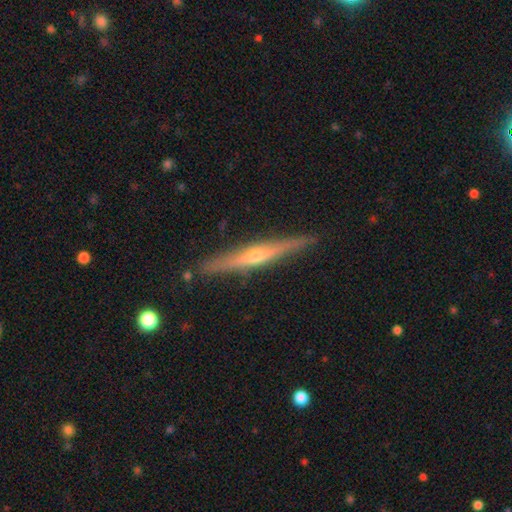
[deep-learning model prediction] Q: Smooth or featured?
A: featured or disk (74%); runner-up: smooth (20%)
Q: Edge-on disk?
A: yes (97%); runner-up: no (3%)
Q: Edge-on bulge?
A: rounded (80%); runner-up: none (15%)
Q: Merging?
A: none (89%); runner-up: minor disturbance (8%)